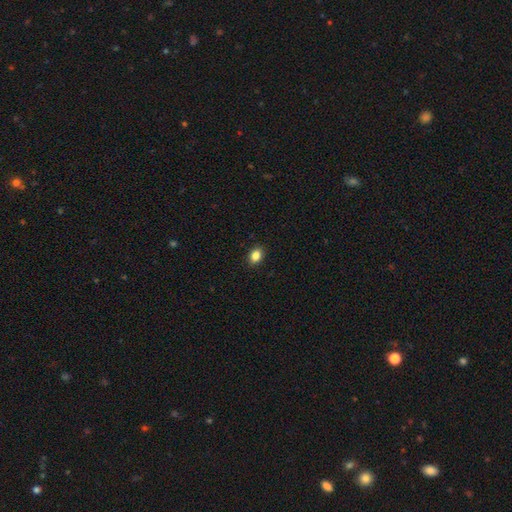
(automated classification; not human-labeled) smooth 86%, star or artifact 10%, featured or disk 5%. Down the decision tree: how rounded — in between (74%); merging — none (90%).